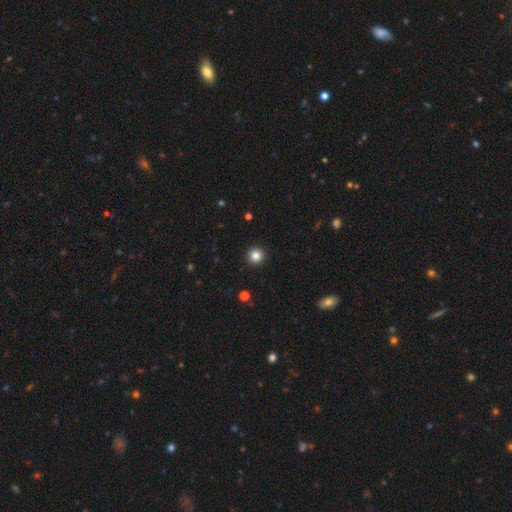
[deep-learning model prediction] Smooth or featured? Predicted: smooth (p=0.84). How rounded? Predicted: round (p=0.96). Merging? Predicted: none (p=0.94).